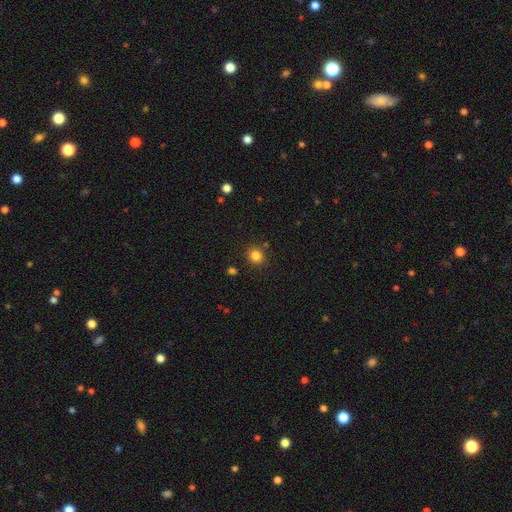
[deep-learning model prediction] This is clearly a smooth galaxy (83%). How rounded: clearly round (83%). Merging: clearly none (86%).